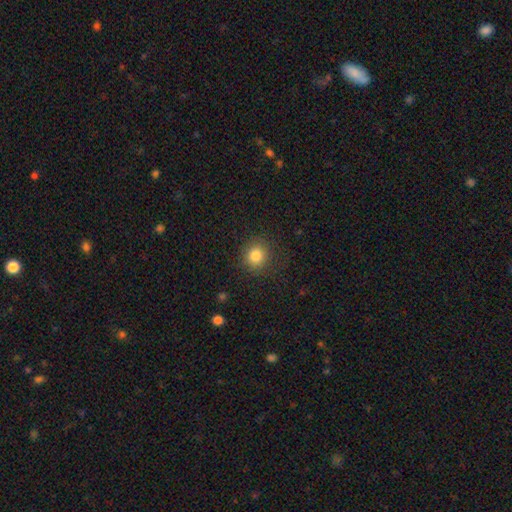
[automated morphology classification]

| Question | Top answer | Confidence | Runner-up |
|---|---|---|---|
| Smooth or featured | smooth | 82% | star or artifact (12%) |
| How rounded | round | 89% | in between (10%) |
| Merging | none | 87% | minor disturbance (9%) |